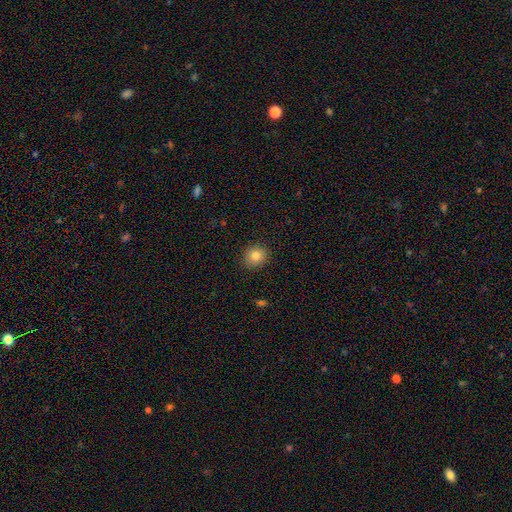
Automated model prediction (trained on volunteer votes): Overall: smooth (81%). How rounded: round (81%). Merging: none (89%).